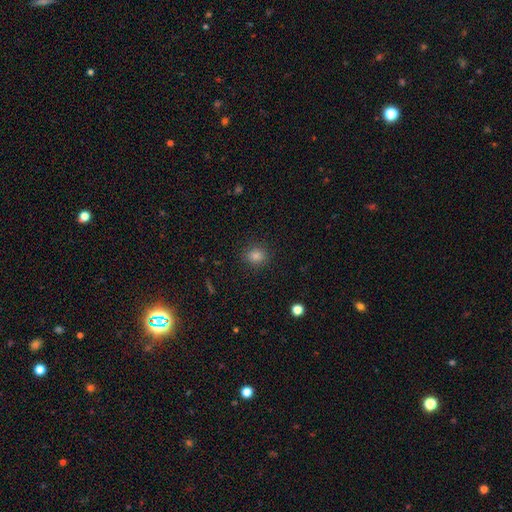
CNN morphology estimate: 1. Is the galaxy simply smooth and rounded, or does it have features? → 80% smooth, 15% star or artifact, 5% featured or disk.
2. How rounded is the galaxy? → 73% round, 26% in between, 1% cigar-shaped.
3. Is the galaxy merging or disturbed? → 89% none, 8% minor disturbance, 2% major disturbance, 1% merger.